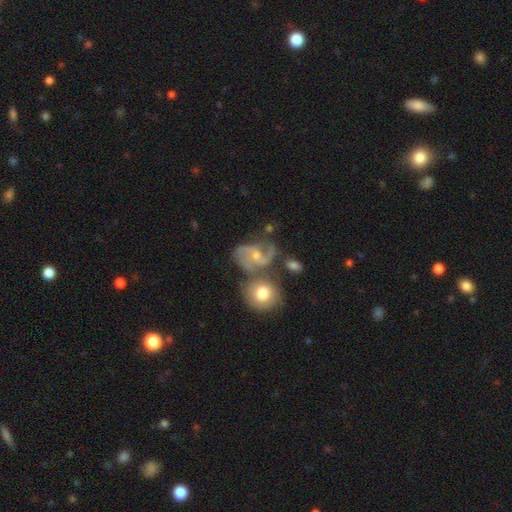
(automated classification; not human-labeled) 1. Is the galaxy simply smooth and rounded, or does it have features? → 77% featured or disk, 13% smooth, 9% star or artifact.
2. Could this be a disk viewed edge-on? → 97% no, 3% yes.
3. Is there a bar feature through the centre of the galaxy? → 48% no, 40% weak, 12% strong.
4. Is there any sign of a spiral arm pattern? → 94% yes, 6% no.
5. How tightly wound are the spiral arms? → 51% medium, 32% loose, 17% tight.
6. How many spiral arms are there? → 69% 2, 12% 3, 10% can't tell, 3% 1, 3% 4, 2% more than 4.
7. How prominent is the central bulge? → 48% small, 47% moderate, 2% large, 2% none, 1% dominant.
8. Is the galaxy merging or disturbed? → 45% none, 23% merger, 19% minor disturbance, 12% major disturbance.